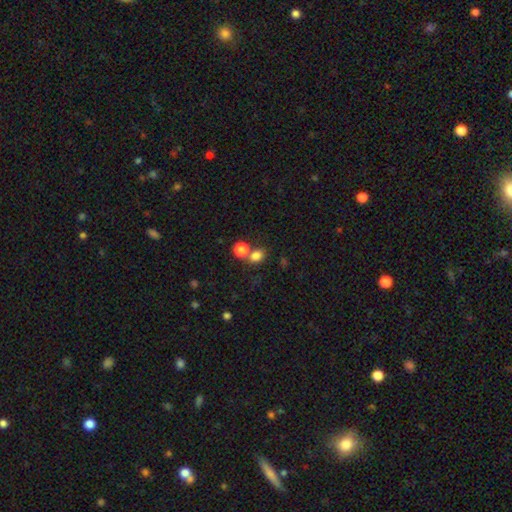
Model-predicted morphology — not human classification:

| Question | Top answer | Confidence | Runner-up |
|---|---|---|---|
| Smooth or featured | smooth | 80% | star or artifact (14%) |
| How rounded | round | 51% | in between (48%) |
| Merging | none | 57% | merger (29%) |